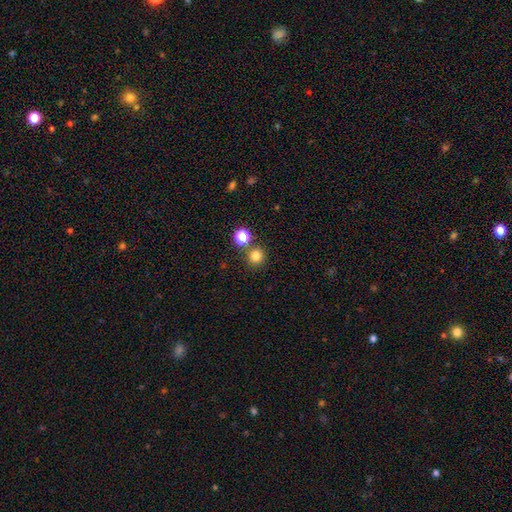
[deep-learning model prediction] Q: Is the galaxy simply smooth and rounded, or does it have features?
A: smooth — 80%.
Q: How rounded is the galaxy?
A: round — 93%.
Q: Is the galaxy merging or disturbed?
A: none — 80%.